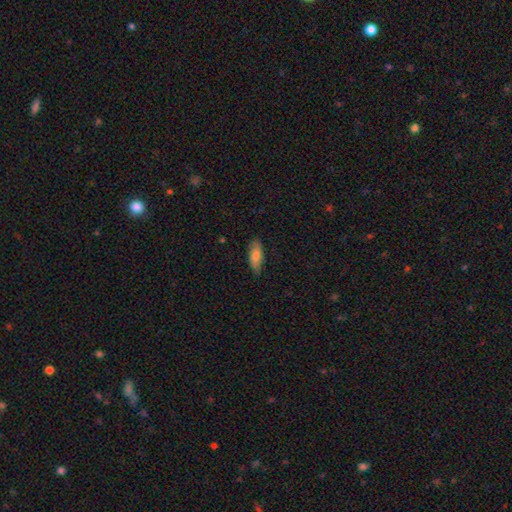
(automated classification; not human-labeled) The model was most divided on "how rounded": in between: 69%, cigar-shaped: 28%, round: 2%. More confident: merging — none (81%); smooth or featured — smooth (78%).